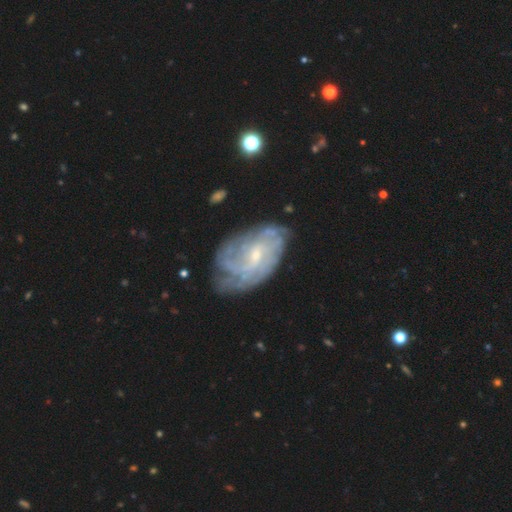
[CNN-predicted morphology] Smooth or featured? featured or disk (79%)
Edge-on disk? no (96%)
Bar? weak (48%)
Spiral arms? yes (88%)
Spiral winding? tight (52%)
Spiral arm count? can't tell (52%)
Bulge size? small (69%)
Merging? none (62%)